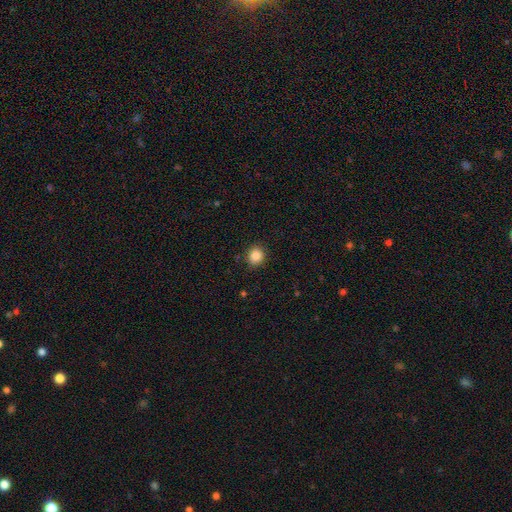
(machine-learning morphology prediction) smooth-or-featured: smooth: 86% | star or artifact: 10% | featured or disk: 4%
  how-rounded: round: 82% | in between: 17% | cigar-shaped: 1%
  merging: none: 88% | minor disturbance: 9% | major disturbance: 2% | merger: 1%